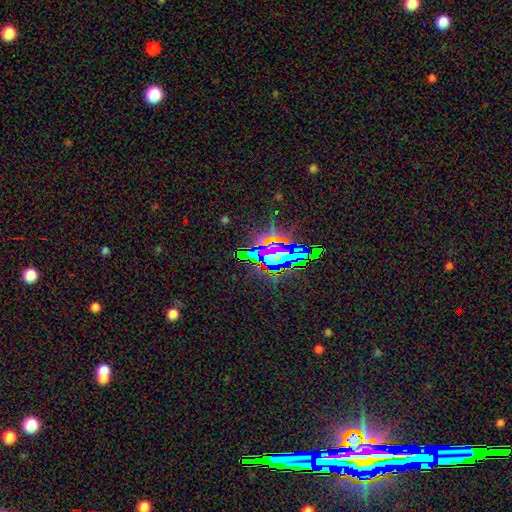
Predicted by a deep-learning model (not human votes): smooth-or-featured: star or artifact: 76% | featured or disk: 13% | smooth: 11%